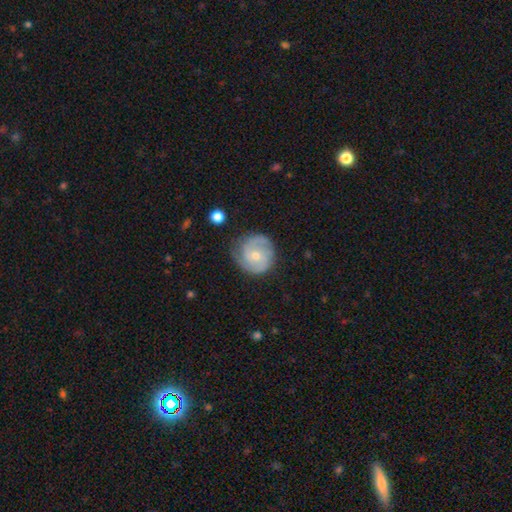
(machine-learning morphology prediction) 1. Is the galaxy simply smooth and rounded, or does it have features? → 74% featured or disk, 20% smooth, 6% star or artifact.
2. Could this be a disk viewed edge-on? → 98% no, 2% yes.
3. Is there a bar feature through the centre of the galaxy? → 64% no, 31% weak, 5% strong.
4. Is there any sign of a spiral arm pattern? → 93% yes, 7% no.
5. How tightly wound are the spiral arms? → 47% tight, 41% medium, 12% loose.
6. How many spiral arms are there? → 54% 2, 20% 3, 15% can't tell, 4% 1, 3% 4, 3% more than 4.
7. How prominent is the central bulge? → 49% small, 47% moderate, 1% large, 1% none, 1% dominant.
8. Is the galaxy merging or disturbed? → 74% none, 18% minor disturbance, 6% major disturbance, 2% merger.